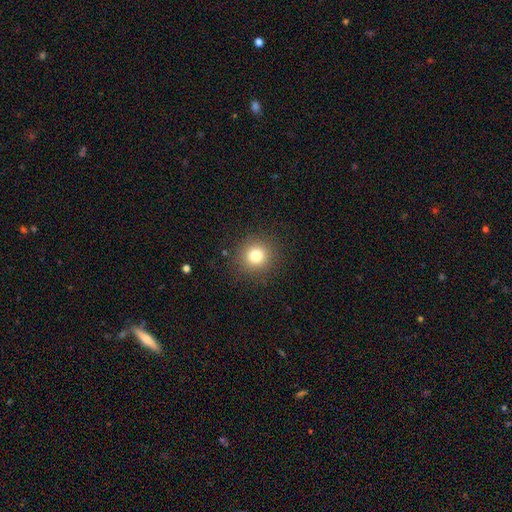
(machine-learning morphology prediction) smooth_or_featured: smooth (p=0.80) [alt: star or artifact p=0.13]
how_rounded: round (p=0.91) [alt: in between p=0.08]
merging: none (p=0.89) [alt: minor disturbance p=0.07]